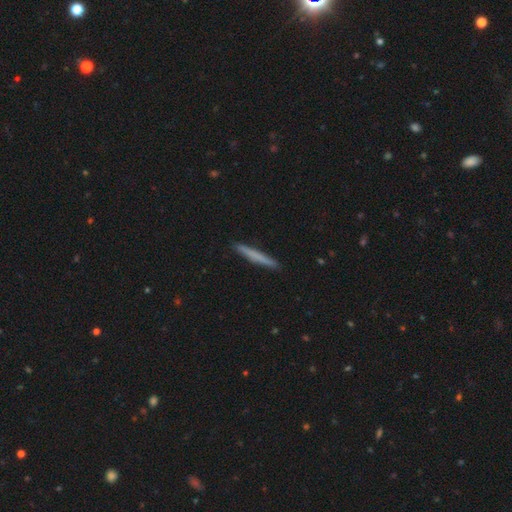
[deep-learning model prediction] smooth-or-featured: smooth: 67% | featured or disk: 28% | star or artifact: 6%
  how-rounded: cigar-shaped: 97% | in between: 2% | round: 1%
  merging: none: 92% | minor disturbance: 5% | major disturbance: 1% | merger: 1%